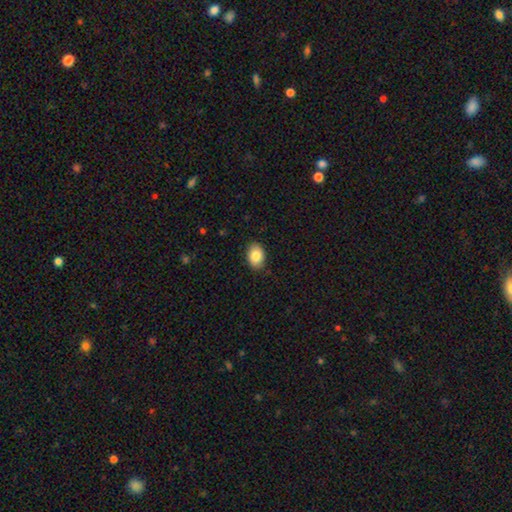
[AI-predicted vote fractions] A smooth galaxy with no disk features (86%) that is in between round and cigar-shaped (83%). Merging: none (87%).